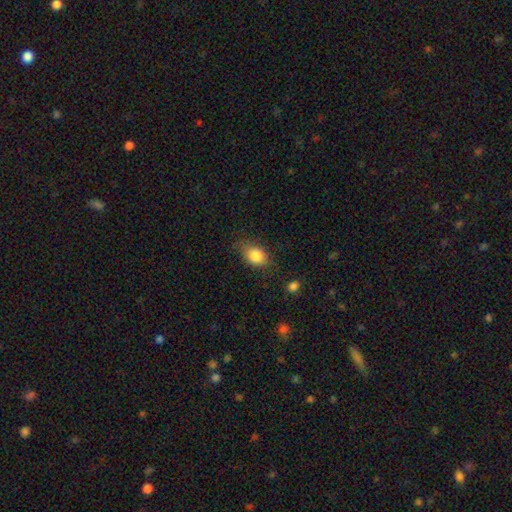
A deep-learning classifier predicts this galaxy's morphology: The model was most divided on "how rounded": in between: 67%, round: 31%, cigar-shaped: 2%. More confident: smooth or featured — smooth (84%); merging — none (66%).